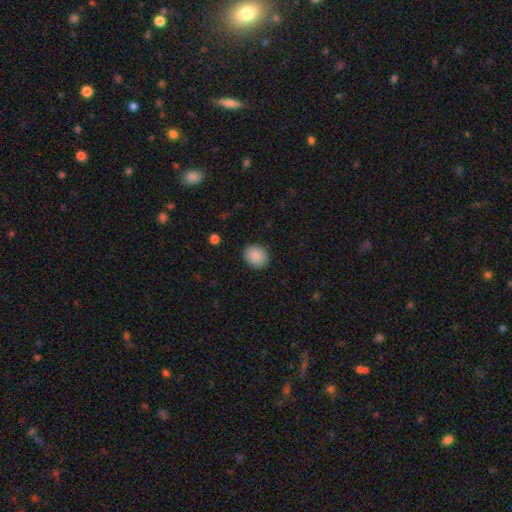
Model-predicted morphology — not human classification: smooth 88%, star or artifact 8%, featured or disk 4%. Down the decision tree: how rounded — round (64%); merging — none (90%).